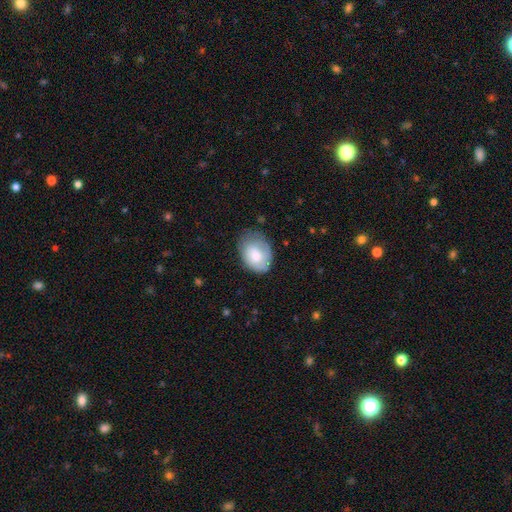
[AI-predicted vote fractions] Morphology: type=smooth (74%); roundness=in between (78%); merging=none (56%).